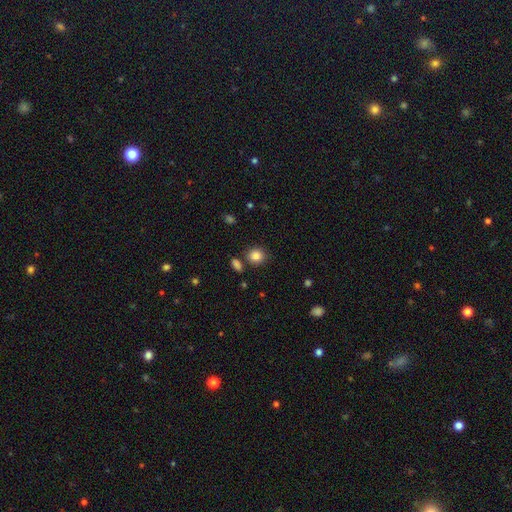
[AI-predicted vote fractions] Q: Smooth or featured?
A: smooth (85%); runner-up: star or artifact (10%)
Q: How rounded?
A: round (81%); runner-up: in between (18%)
Q: Merging?
A: none (78%); runner-up: minor disturbance (11%)